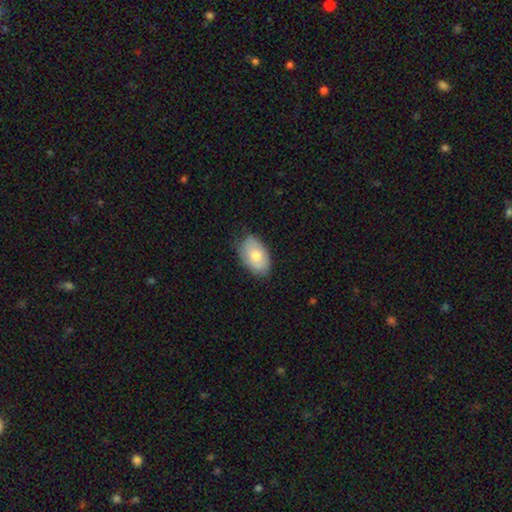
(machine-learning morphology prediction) This is likely a smooth galaxy (71%). How rounded: clearly in between (92%). Merging: likely none (75%).